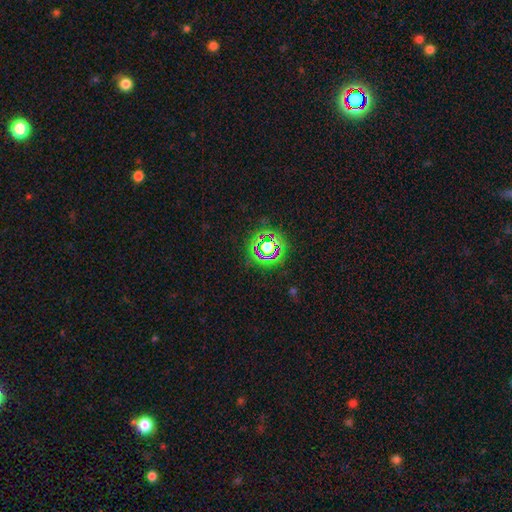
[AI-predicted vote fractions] A star or artifact, not a galaxy (75%).

Vote fractions:
- Smooth or featured? star or artifact: 75% / smooth: 16% / featured or disk: 8%